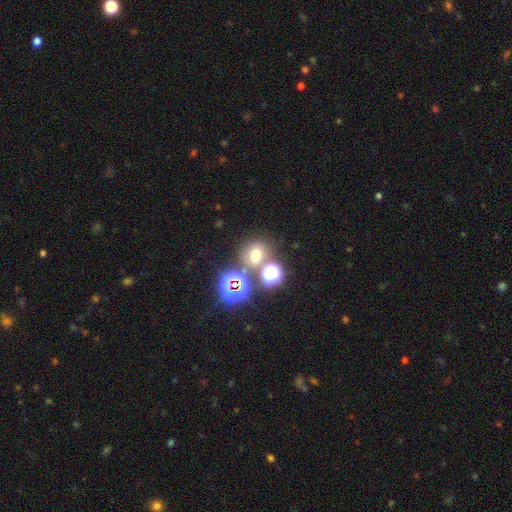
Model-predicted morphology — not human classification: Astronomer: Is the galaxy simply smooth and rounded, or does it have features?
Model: smooth — 56% (runner-up: star or artifact, 33%).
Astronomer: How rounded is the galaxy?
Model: round — 71%.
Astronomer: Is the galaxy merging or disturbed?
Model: none — 65%.